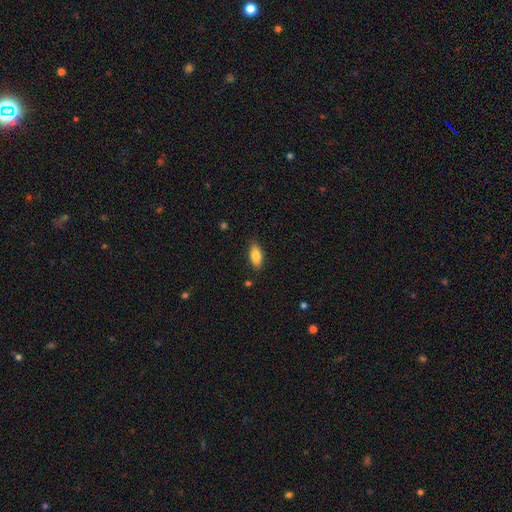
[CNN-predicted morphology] This appears to be a smooth galaxy with no disk features (84%) that is in between round and cigar-shaped (83%). Merging: none (85%).